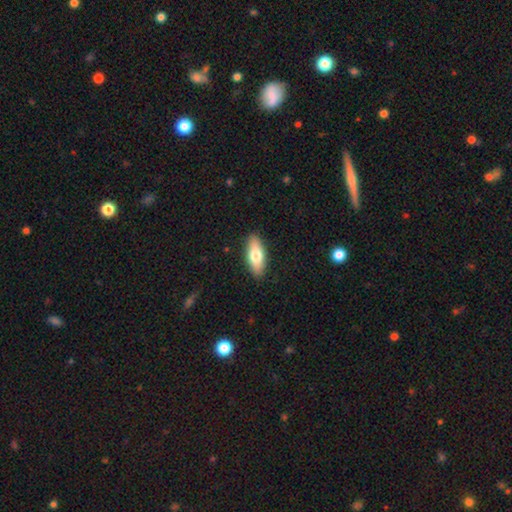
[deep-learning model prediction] This is likely a smooth galaxy (72%). How rounded: likely in between (75%). Merging: clearly none (89%).